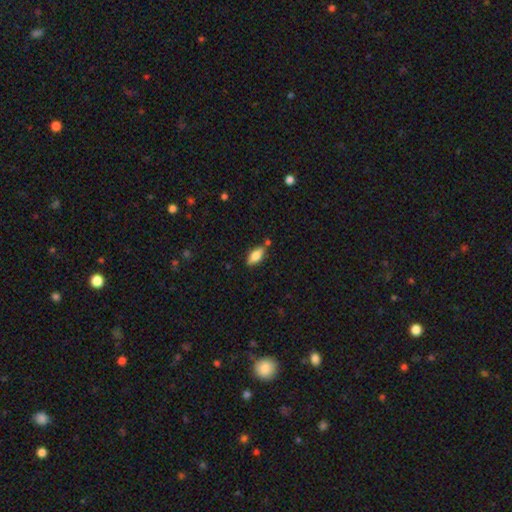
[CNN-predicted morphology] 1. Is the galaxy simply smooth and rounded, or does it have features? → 71% smooth, 22% featured or disk, 7% star or artifact.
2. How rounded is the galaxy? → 81% in between, 16% cigar-shaped, 3% round.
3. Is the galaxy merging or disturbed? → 78% none, 13% minor disturbance, 6% merger, 3% major disturbance.